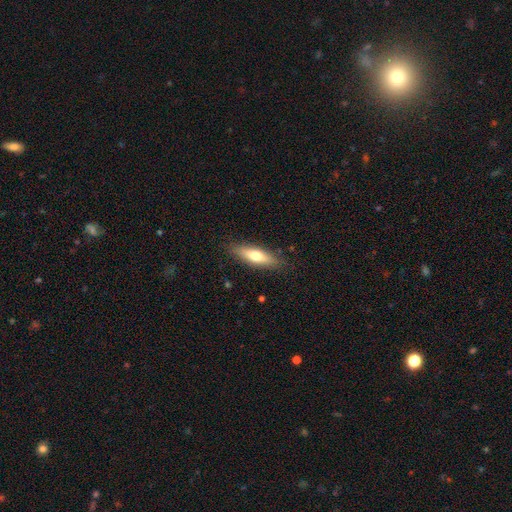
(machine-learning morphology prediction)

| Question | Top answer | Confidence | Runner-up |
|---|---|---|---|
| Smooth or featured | smooth | 63% | featured or disk (31%) |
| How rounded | cigar-shaped | 54% | in between (44%) |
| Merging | none | 85% | minor disturbance (11%) |